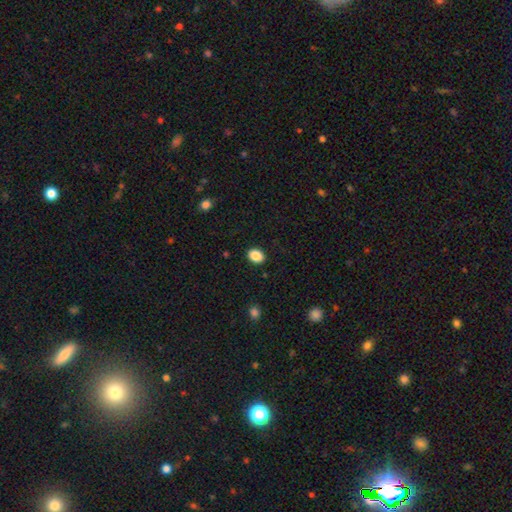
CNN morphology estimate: Q: Smooth or featured?
A: smooth (88%); runner-up: star or artifact (8%)
Q: How rounded?
A: in between (65%); runner-up: round (34%)
Q: Merging?
A: none (90%); runner-up: minor disturbance (7%)